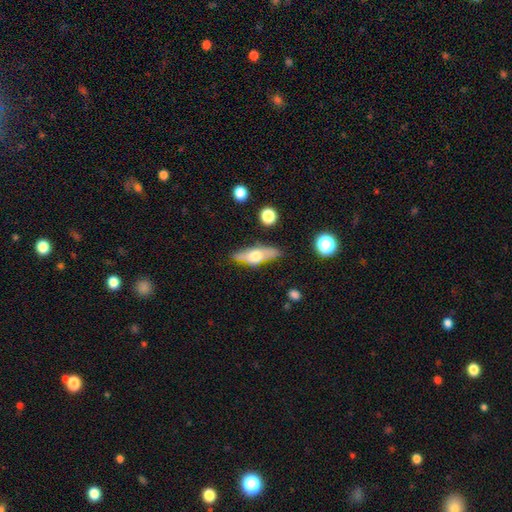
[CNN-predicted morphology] This appears to be a featured or disk galaxy (49%). Merging: none (73%).